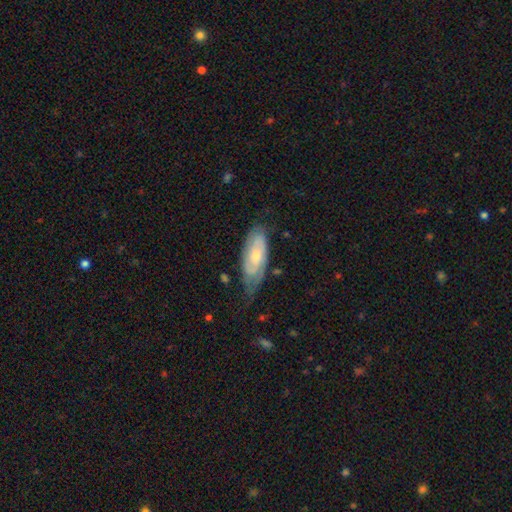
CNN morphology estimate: smooth-or-featured: featured or disk: 57% | smooth: 37% | star or artifact: 6%
  disk-edge-on: no: 87% | yes: 13%
  merging: none: 52% | minor disturbance: 33% | major disturbance: 13% | merger: 2%